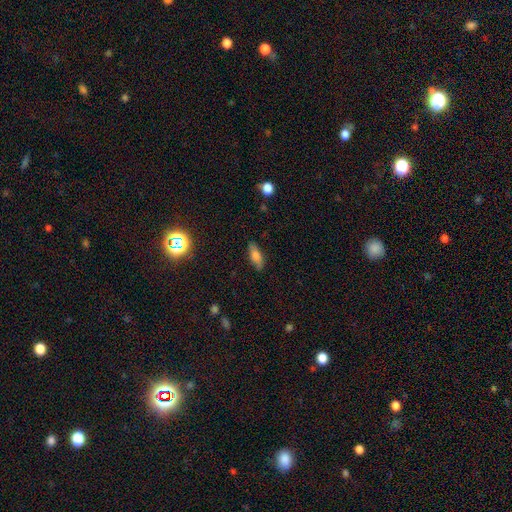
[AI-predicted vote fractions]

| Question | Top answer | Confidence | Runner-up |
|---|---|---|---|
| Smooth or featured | smooth | 72% | featured or disk (18%) |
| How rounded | in between | 65% | cigar-shaped (31%) |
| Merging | none | 85% | minor disturbance (12%) |